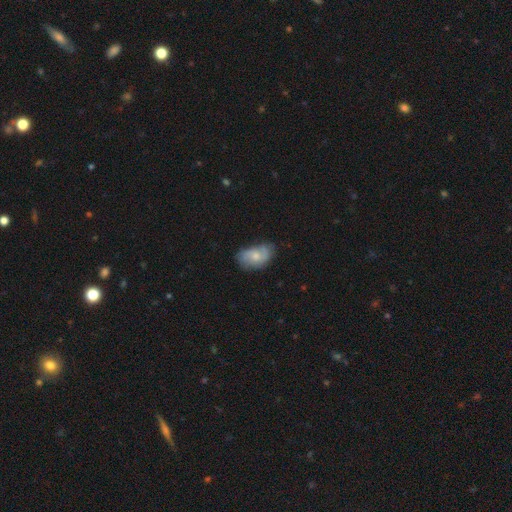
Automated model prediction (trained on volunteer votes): Morphology: type=smooth (54%); roundness=in between (90%); merging=none (57%).